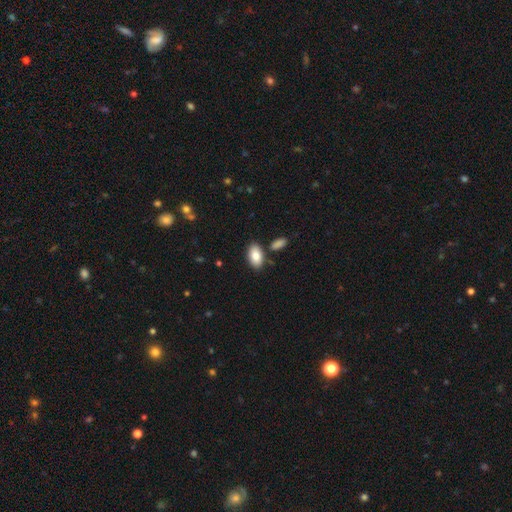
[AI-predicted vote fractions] A smooth galaxy with no disk features (84%) that is in between round and cigar-shaped (93%).

Vote fractions:
- Smooth or featured? smooth: 84% / featured or disk: 9% / star or artifact: 7%
- How rounded? in between: 93% / round: 5% / cigar-shaped: 2%
- Merging? none: 80% / minor disturbance: 10% / merger: 8% / major disturbance: 2%